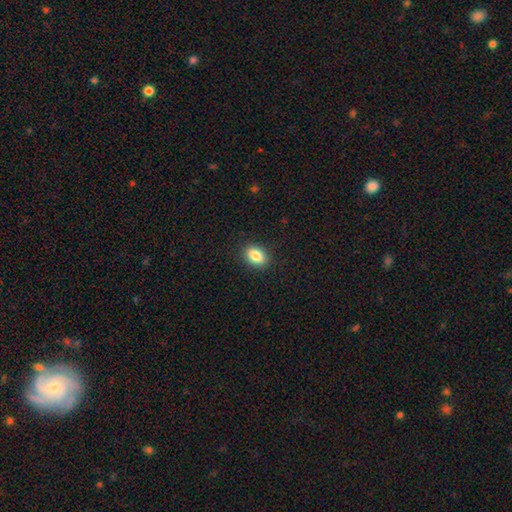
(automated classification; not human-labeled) smooth-or-featured: smooth: 85% | star or artifact: 9% | featured or disk: 6%
  how-rounded: in between: 79% | round: 19% | cigar-shaped: 2%
  merging: none: 89% | minor disturbance: 8% | major disturbance: 2% | merger: 1%